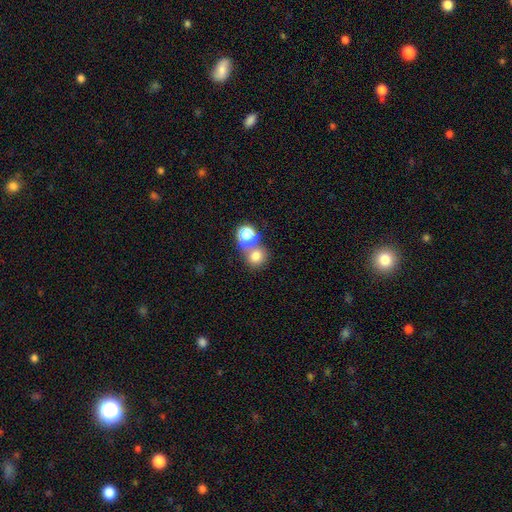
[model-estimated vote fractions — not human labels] Smooth or featured: smooth — 76% (star or artifact — 16%)
How rounded: round — 84% (in between — 15%)
Merging: none — 56% (merger — 33%)